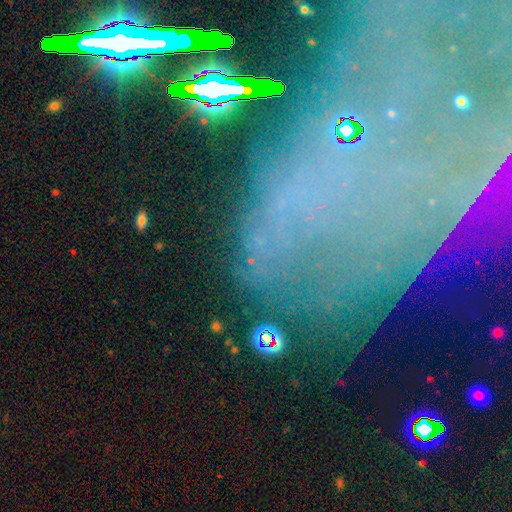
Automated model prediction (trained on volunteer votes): A star or artifact, not a galaxy (52%).

Vote fractions:
- Smooth or featured? star or artifact: 52% / featured or disk: 32% / smooth: 16%